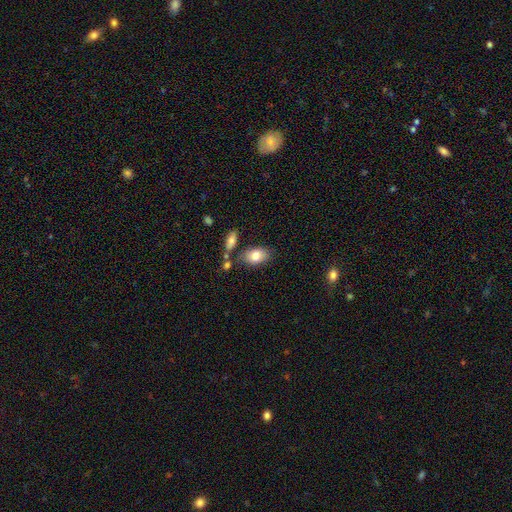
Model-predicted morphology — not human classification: Q: Smooth or featured?
A: smooth (80%); runner-up: featured or disk (13%)
Q: How rounded?
A: in between (90%); runner-up: round (8%)
Q: Merging?
A: none (70%); runner-up: minor disturbance (15%)